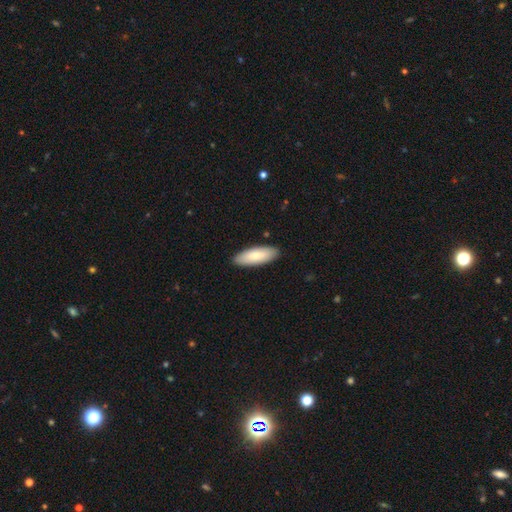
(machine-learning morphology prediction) type=smooth (78%); roundness=in between (71%); merging=none (89%).